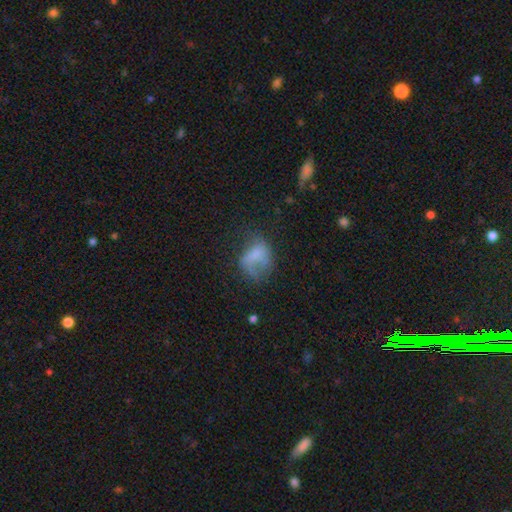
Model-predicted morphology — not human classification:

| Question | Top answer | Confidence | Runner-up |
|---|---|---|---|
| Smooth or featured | smooth | 59% | featured or disk (29%) |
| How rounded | in between | 68% | round (30%) |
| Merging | major disturbance | 40% | none (30%) |